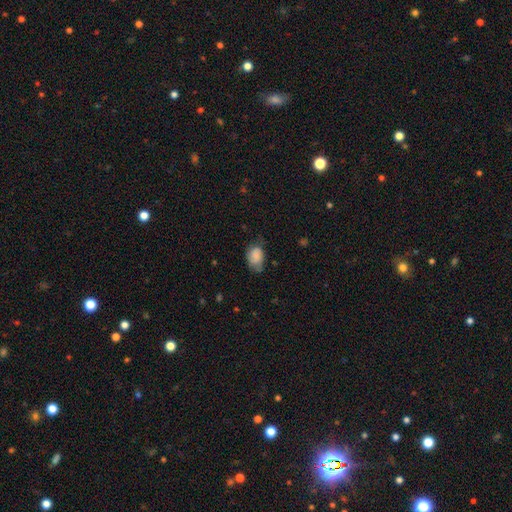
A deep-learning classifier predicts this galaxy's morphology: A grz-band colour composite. It shows a smooth galaxy with no disk features (81%) that is in between round and cigar-shaped (79%). Merging: none (47%).